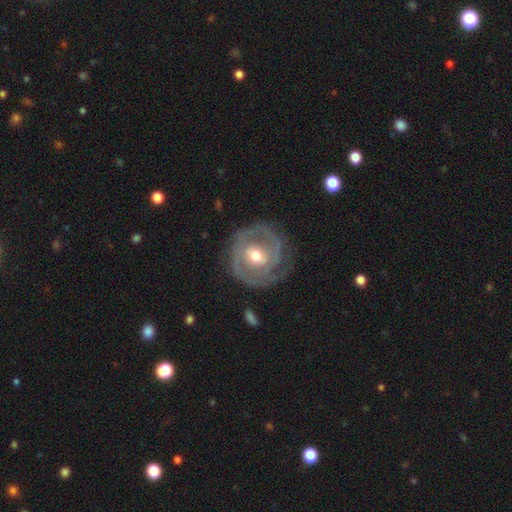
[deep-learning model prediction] Smooth or featured? Predicted: featured or disk (p=0.82). Edge-on disk? Predicted: no (p=0.97). Bar? Predicted: no (p=0.46). Spiral arms? Predicted: yes (p=0.86). Spiral winding? Predicted: tight (p=0.61). Spiral arm count? Predicted: 2 (p=0.53). Bulge size? Predicted: moderate (p=0.73). Merging? Predicted: none (p=0.71).